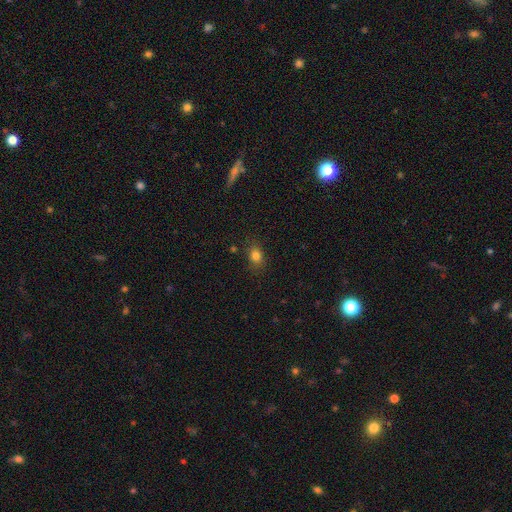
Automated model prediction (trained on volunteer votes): This appears to be a smooth galaxy with no disk features (80%) that is in between round and cigar-shaped (58%). Merging: none (81%).